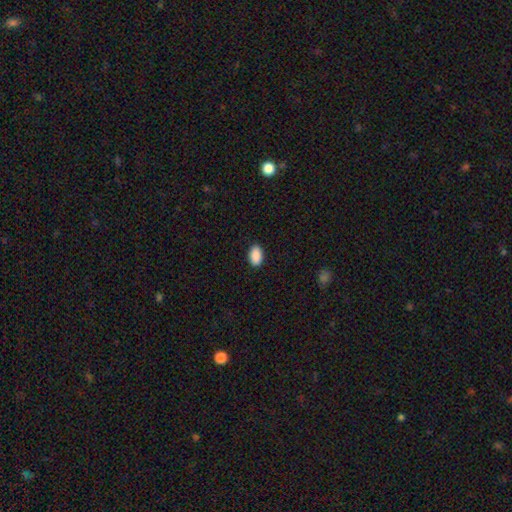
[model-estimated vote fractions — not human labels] smooth-or-featured: smooth: 91% | star or artifact: 7% | featured or disk: 3%
  how-rounded: in between: 94% | round: 5% | cigar-shaped: 2%
  merging: none: 89% | minor disturbance: 8% | major disturbance: 2% | merger: 1%